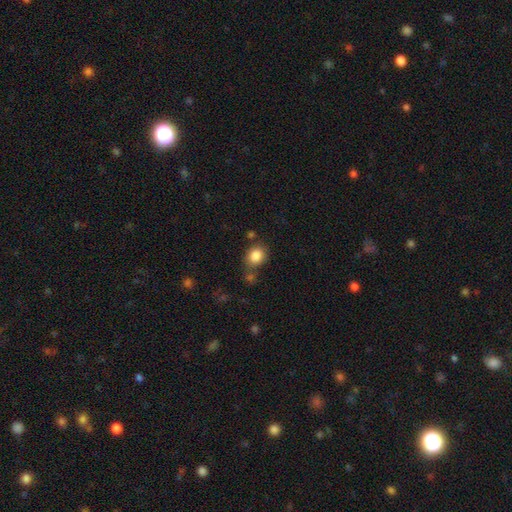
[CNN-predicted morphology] type=smooth (85%); roundness=round (62%); merging=none (71%).